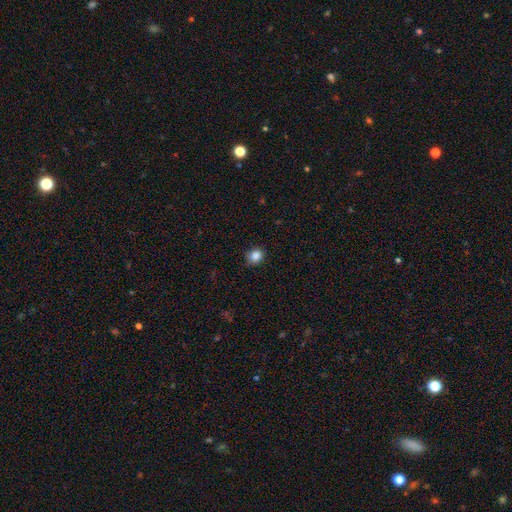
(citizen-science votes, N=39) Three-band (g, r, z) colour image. It shows a smooth galaxy with no disk features (90%) that is round (66%). Merging: none (87%).